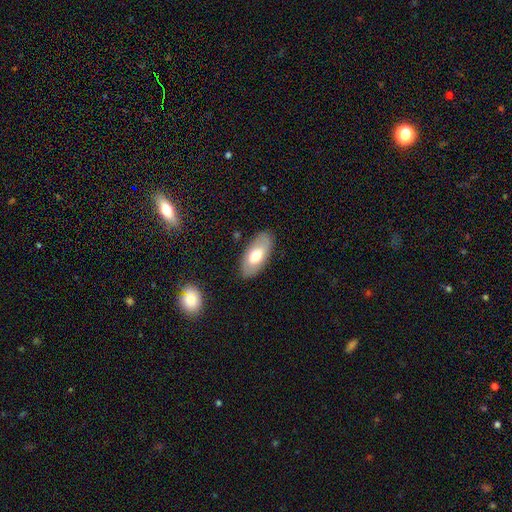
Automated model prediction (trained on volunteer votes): Smooth or featured? Predicted: smooth (p=0.63). How rounded? Predicted: in between (p=0.91). Merging? Predicted: none (p=0.85).